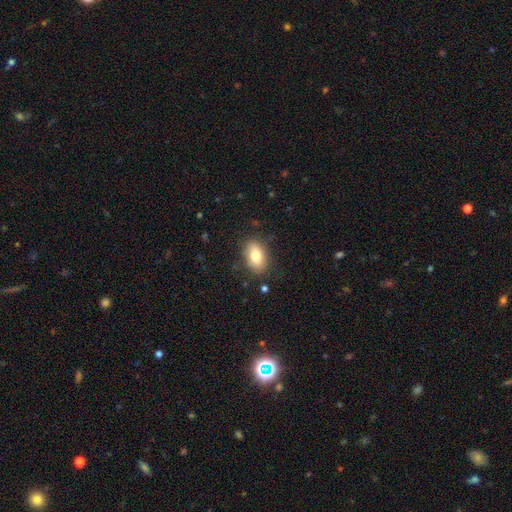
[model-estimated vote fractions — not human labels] Morphology: type=smooth (78%); roundness=in between (89%); merging=none (83%).